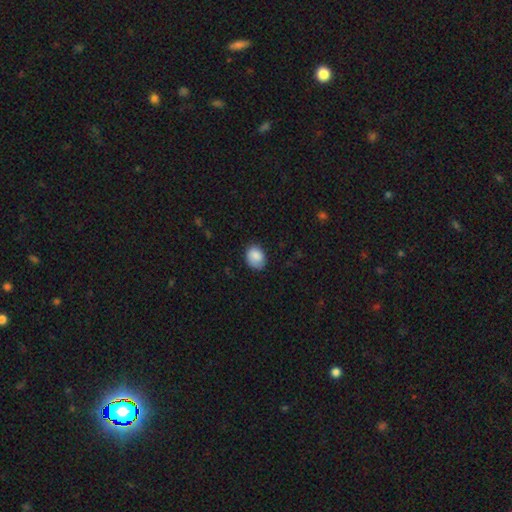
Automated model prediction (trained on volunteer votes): Q: Smooth or featured?
A: smooth (86%); runner-up: star or artifact (8%)
Q: How rounded?
A: in between (56%); runner-up: round (43%)
Q: Merging?
A: none (72%); runner-up: minor disturbance (23%)